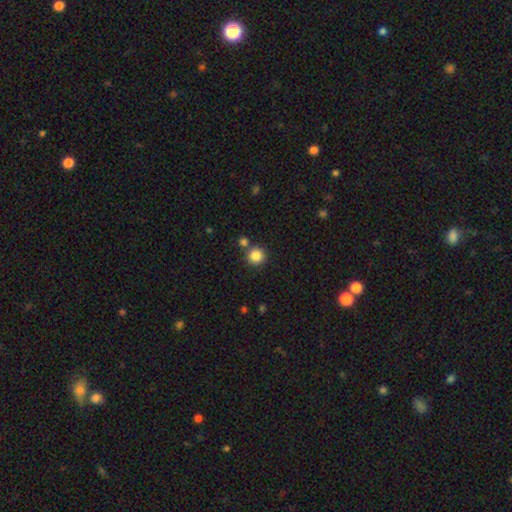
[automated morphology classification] Overall: smooth (85%). How rounded: round (93%). Merging: none (78%).